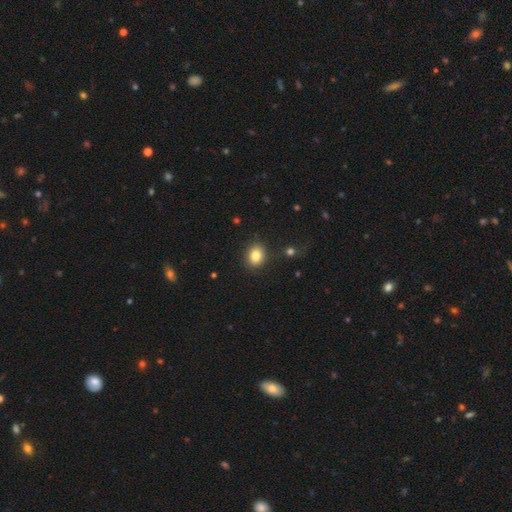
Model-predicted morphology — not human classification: Smooth or featured? smooth (83%)
How rounded? round (50%)
Merging? none (87%)